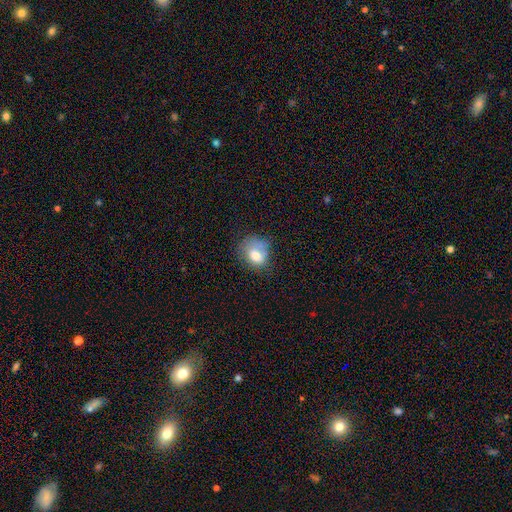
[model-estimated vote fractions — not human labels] smooth 71%, featured or disk 19%, star or artifact 10%. Down the decision tree: how rounded — round (58%); merging — none (40%).